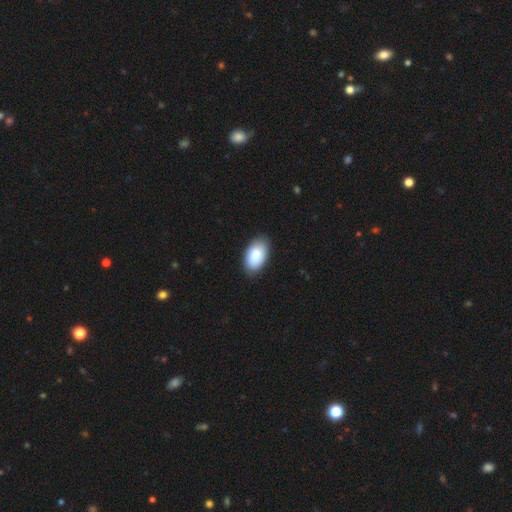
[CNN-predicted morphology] This appears to be a smooth galaxy with no disk features (89%) that is in between round and cigar-shaped (95%). Merging: none (85%).